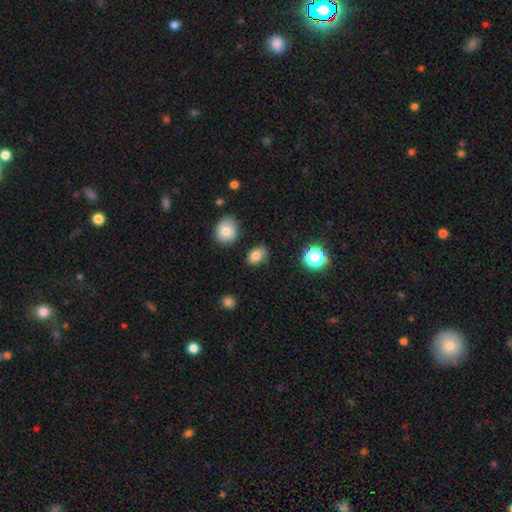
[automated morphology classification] Overall: smooth (81%). How rounded: in between (78%). Merging: none (73%).